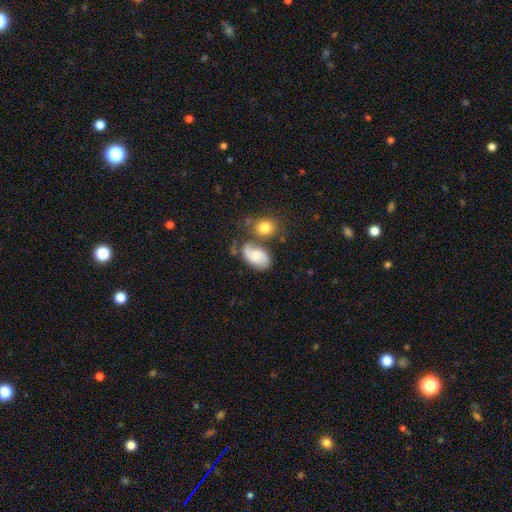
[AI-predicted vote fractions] Overall: featured or disk (51%; smooth 40%). Edge-on disk: no (96%). Merging: none (49%; merger 21%).